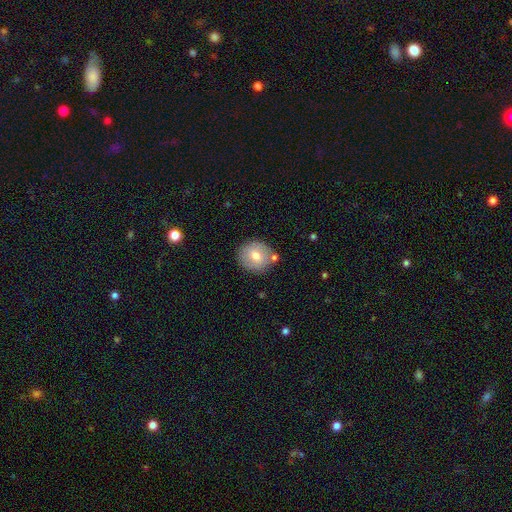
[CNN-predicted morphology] Smooth or featured? smooth (69%)
How rounded? round (82%)
Merging? none (78%)